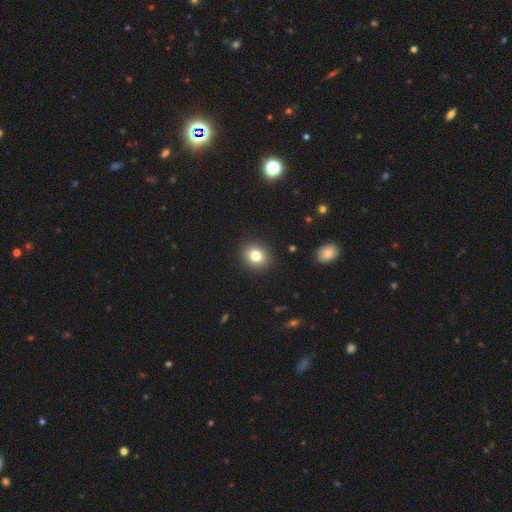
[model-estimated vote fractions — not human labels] Q: Smooth or featured?
A: smooth (81%); runner-up: star or artifact (11%)
Q: How rounded?
A: round (75%); runner-up: in between (24%)
Q: Merging?
A: none (91%); runner-up: minor disturbance (6%)